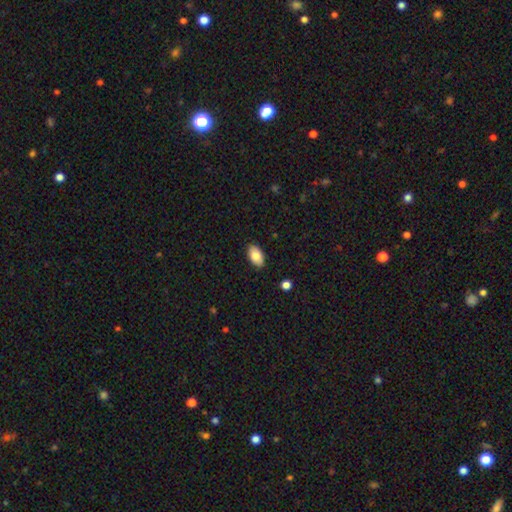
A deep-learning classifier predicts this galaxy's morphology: Q: Smooth or featured?
A: smooth (84%); runner-up: featured or disk (9%)
Q: How rounded?
A: in between (94%); runner-up: round (4%)
Q: Merging?
A: none (88%); runner-up: minor disturbance (9%)